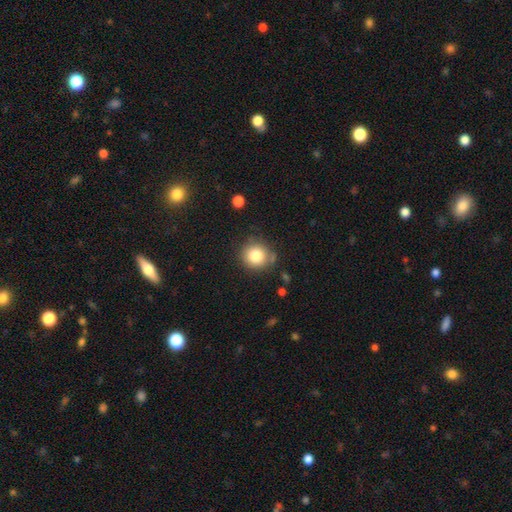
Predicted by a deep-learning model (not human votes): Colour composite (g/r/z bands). It shows a smooth galaxy with no disk features (83%) that is round (91%). Merging: none (80%).